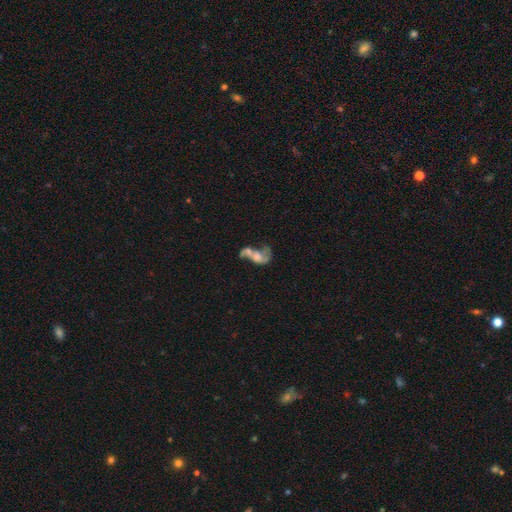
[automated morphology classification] Smooth or featured: featured or disk — 57% (smooth — 32%)
Edge-on disk: no — 96% (yes — 4%)
Bar: no — 74% (weak — 20%)
Spiral arms: no — 53% (yes — 47%)
Bulge size: none — 38% (moderate — 26%)
Merging: merger — 55% (major disturbance — 22%)